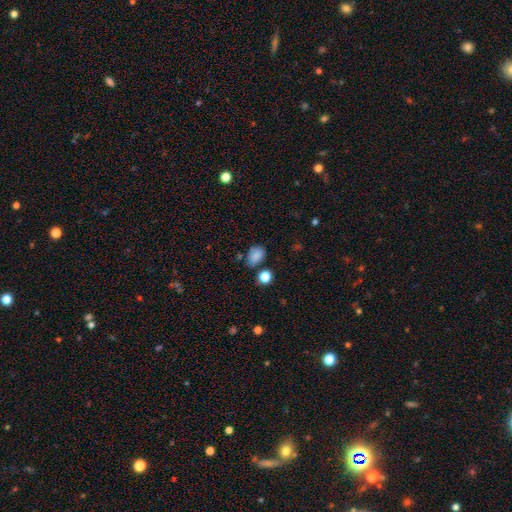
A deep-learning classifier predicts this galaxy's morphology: Smooth or featured? smooth (84%)
How rounded? in between (72%)
Merging? none (70%)